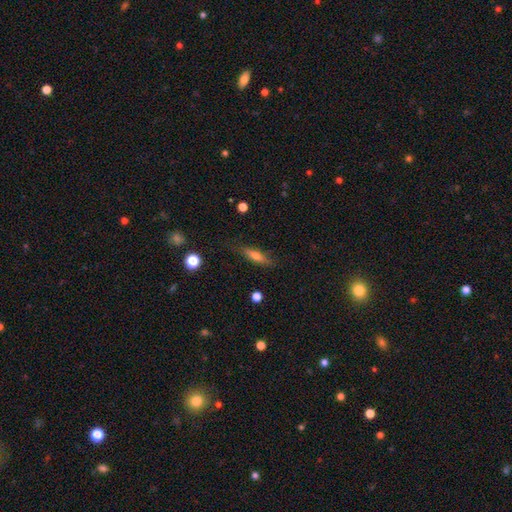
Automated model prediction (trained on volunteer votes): A smooth galaxy with no disk features (60%) that is cigar-shaped (66%).

Vote fractions:
- Smooth or featured? smooth: 60% / featured or disk: 33% / star or artifact: 8%
- How rounded? cigar-shaped: 66% / in between: 31% / round: 3%
- Merging? none: 78% / minor disturbance: 16% / major disturbance: 4% / merger: 2%